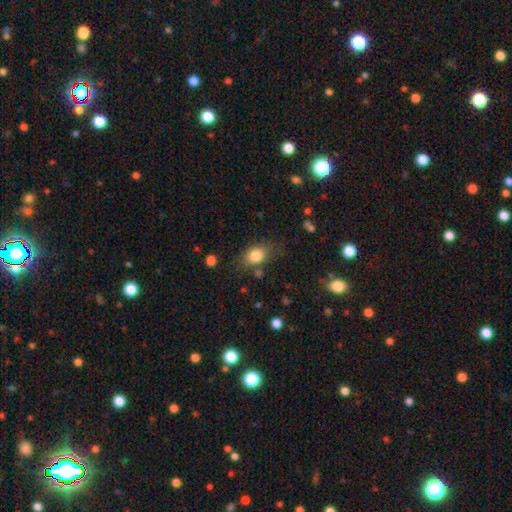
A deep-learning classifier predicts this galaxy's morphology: This is clearly a smooth galaxy (82%). How rounded: likely in between (70%). Merging: likely none (72%).